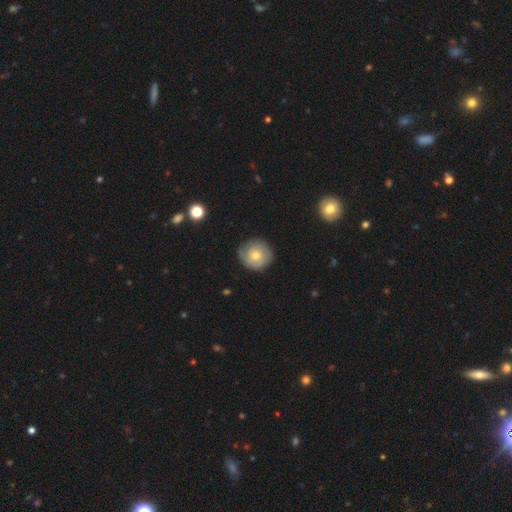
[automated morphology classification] Smooth or featured? smooth (60%)
How rounded? round (92%)
Merging? none (76%)